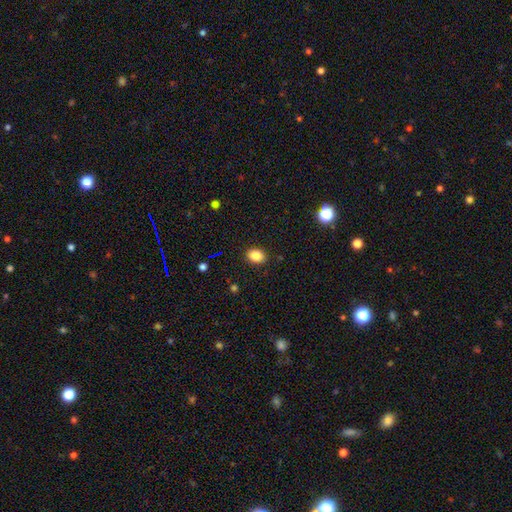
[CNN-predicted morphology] Smooth or featured: smooth — 86% (star or artifact — 10%)
How rounded: in between — 66% (round — 33%)
Merging: none — 89% (minor disturbance — 8%)